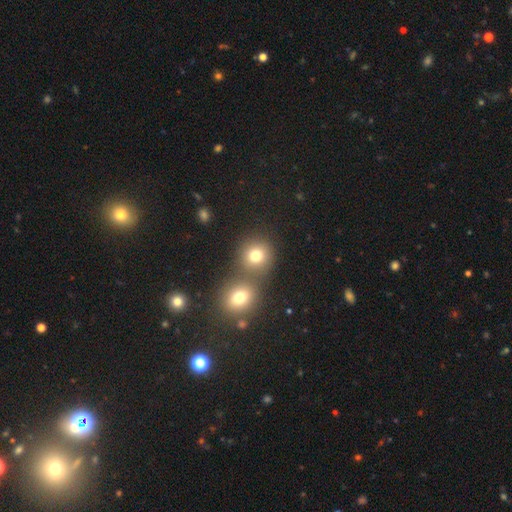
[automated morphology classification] Smooth or featured? Predicted: smooth (p=0.76). How rounded? Predicted: round (p=0.86). Merging? Predicted: none (p=0.58).